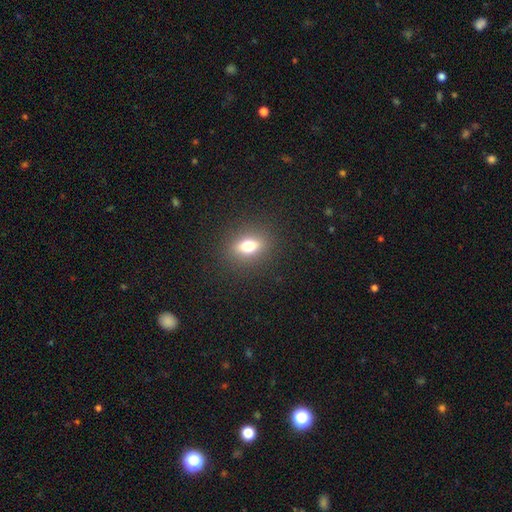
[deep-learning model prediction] A smooth galaxy with no disk features (69%) that is in between round and cigar-shaped (54%).

Vote fractions:
- Smooth or featured? smooth: 69% / star or artifact: 20% / featured or disk: 12%
- How rounded? in between: 54% / round: 42% / cigar-shaped: 4%
- Merging? none: 91% / minor disturbance: 6% / major disturbance: 2% / merger: 1%